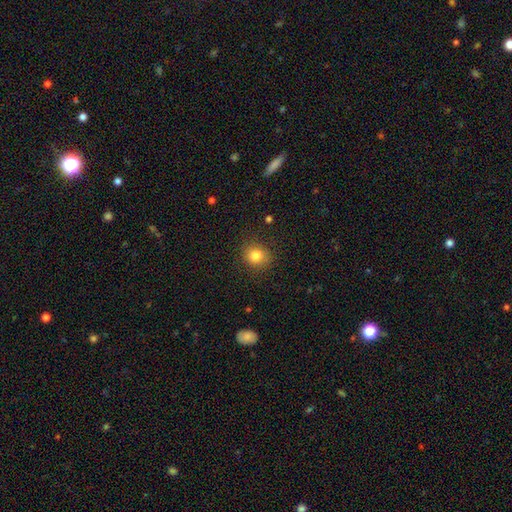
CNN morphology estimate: Smooth or featured?
  - smooth: 82% *
  - star or artifact: 11%
  - featured or disk: 7%
How rounded?
  - round: 78% *
  - in between: 21%
  - cigar-shaped: 1%
Merging?
  - none: 86% *
  - minor disturbance: 9%
  - major disturbance: 3%
  - merger: 1%